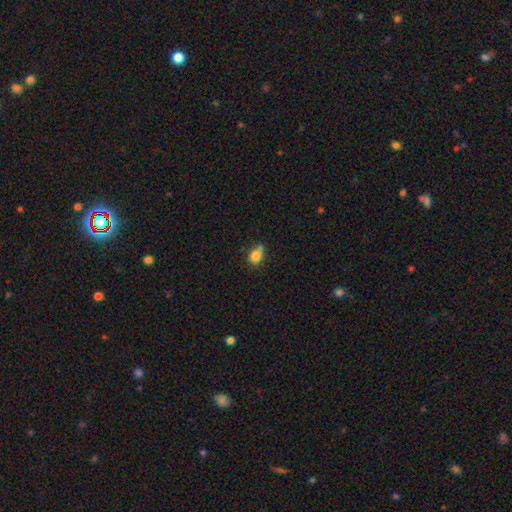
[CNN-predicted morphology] A smooth galaxy with no disk features (82%) that is in between round and cigar-shaped (68%).

Vote fractions:
- Smooth or featured? smooth: 82% / star or artifact: 10% / featured or disk: 8%
- How rounded? in between: 68% / round: 30% / cigar-shaped: 2%
- Merging? none: 47% / minor disturbance: 33% / merger: 12% / major disturbance: 8%